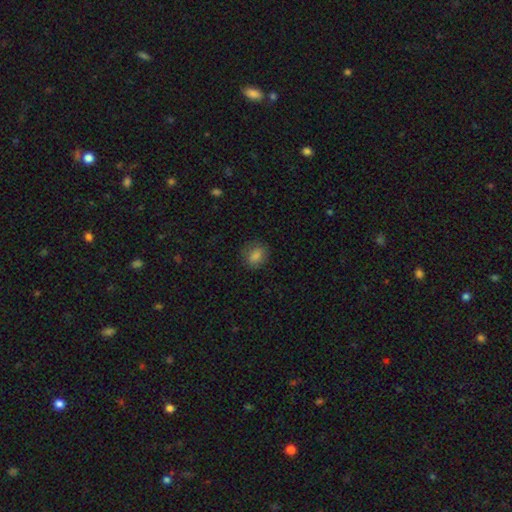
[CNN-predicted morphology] Smooth or featured? smooth (82%)
How rounded? in between (50%)
Merging? none (81%)